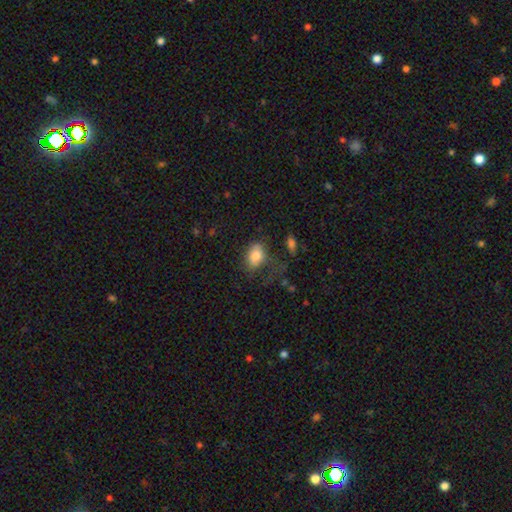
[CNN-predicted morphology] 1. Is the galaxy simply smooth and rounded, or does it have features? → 82% smooth, 10% featured or disk, 8% star or artifact.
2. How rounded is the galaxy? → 84% in between, 14% round, 2% cigar-shaped.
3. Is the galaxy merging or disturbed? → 49% none, 25% minor disturbance, 22% major disturbance, 5% merger.